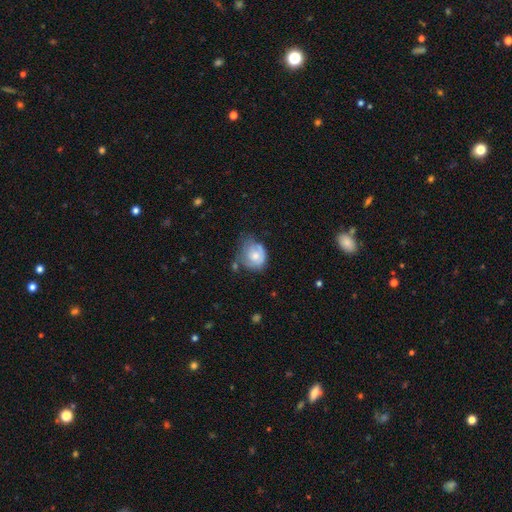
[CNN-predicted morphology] Q: Smooth or featured?
A: smooth (54%); runner-up: featured or disk (38%)
Q: How rounded?
A: round (64%); runner-up: in between (35%)
Q: Merging?
A: minor disturbance (37%); runner-up: none (36%)